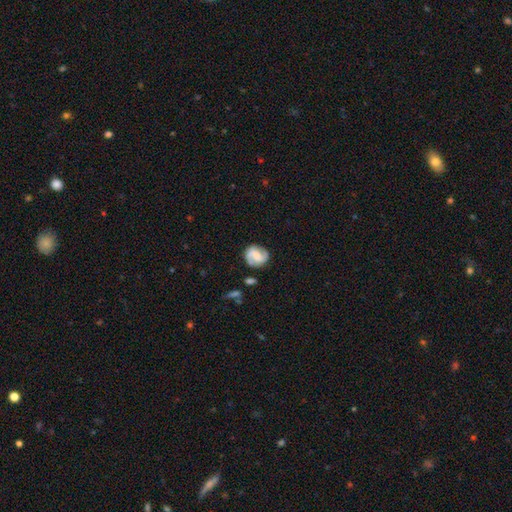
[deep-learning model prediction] Q: Smooth or featured?
A: featured or disk (70%); runner-up: smooth (24%)
Q: Edge-on disk?
A: no (98%); runner-up: yes (2%)
Q: Bar?
A: weak (45%); runner-up: no (37%)
Q: Spiral arms?
A: yes (94%); runner-up: no (6%)
Q: Spiral winding?
A: medium (46%); runner-up: tight (30%)
Q: Spiral arm count?
A: 2 (86%); runner-up: can't tell (5%)
Q: Bulge size?
A: small (35%); runner-up: moderate (34%)
Q: Merging?
A: none (78%); runner-up: minor disturbance (14%)